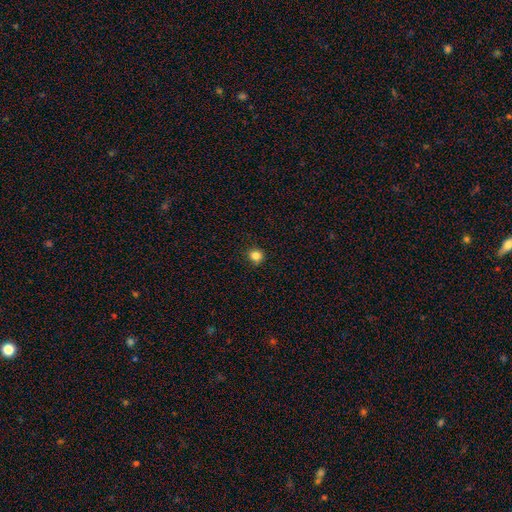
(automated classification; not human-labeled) The model was most divided on "smooth or featured": smooth: 83%, star or artifact: 13%, featured or disk: 4%. More confident: how rounded — round (88%); merging — none (87%).